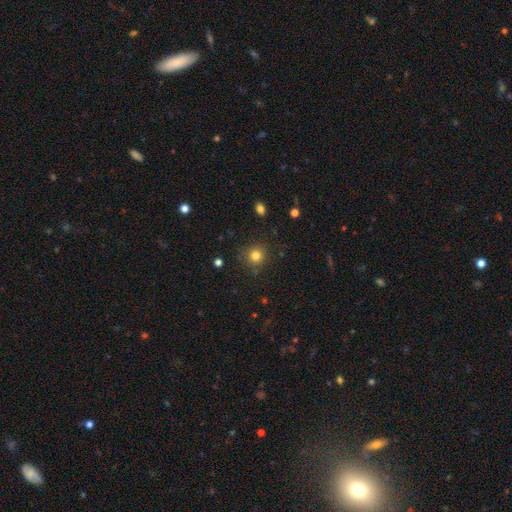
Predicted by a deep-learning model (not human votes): Morphology: type=smooth (80%); roundness=round (92%); merging=none (85%).